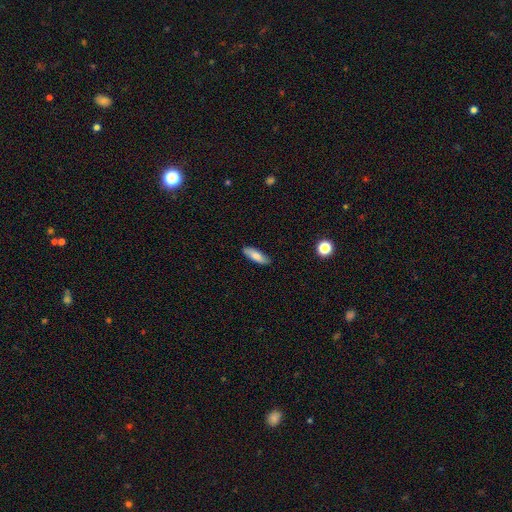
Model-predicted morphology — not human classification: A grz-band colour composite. It shows a smooth galaxy with no disk features (81%) that is in between round and cigar-shaped (58%). Merging: none (86%).